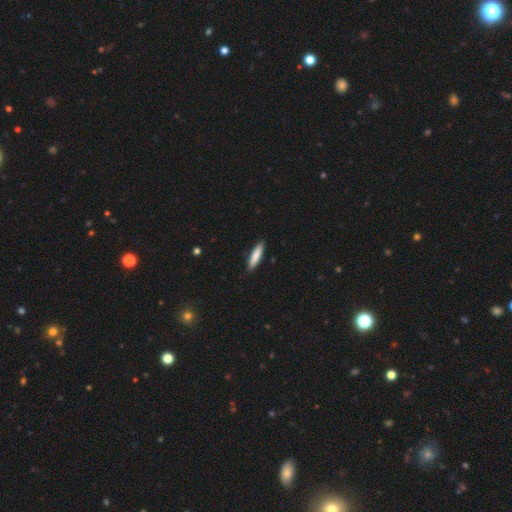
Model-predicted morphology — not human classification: smooth 83%, featured or disk 12%, star or artifact 5%. Down the decision tree: how rounded — cigar-shaped (80%); merging — none (89%).